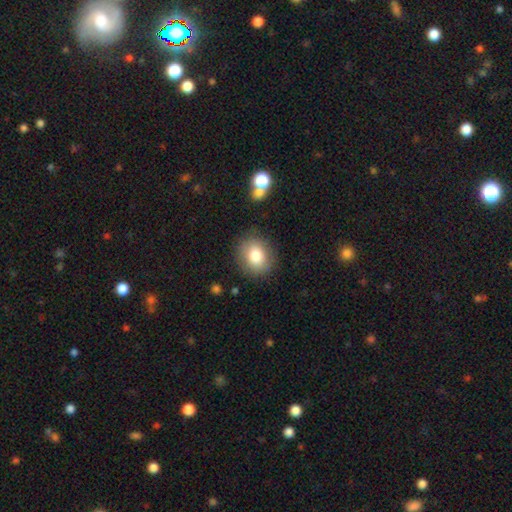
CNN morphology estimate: This appears to be a smooth galaxy with no disk features (80%) that is round (71%). Merging: none (85%).